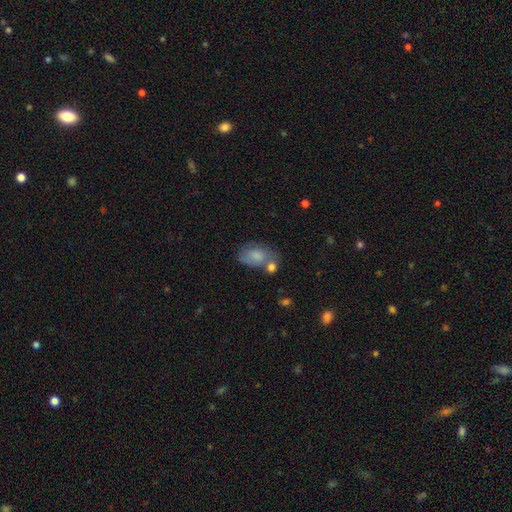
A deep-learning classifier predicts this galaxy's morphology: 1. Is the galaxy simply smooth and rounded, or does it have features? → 76% smooth, 16% featured or disk, 8% star or artifact.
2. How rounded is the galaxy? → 85% in between, 14% round, 2% cigar-shaped.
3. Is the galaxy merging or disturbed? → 38% none, 28% merger, 22% minor disturbance, 11% major disturbance.